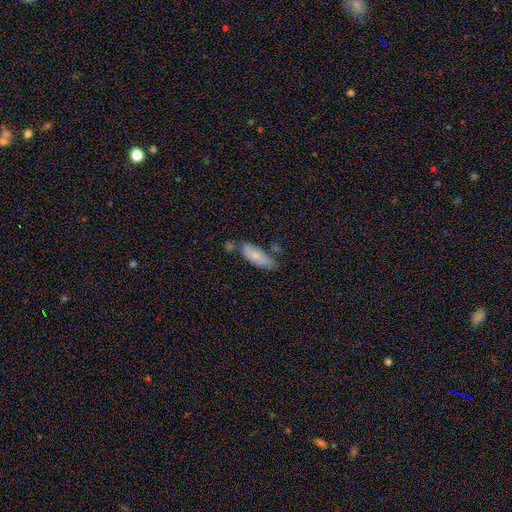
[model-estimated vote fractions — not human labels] smooth-or-featured: smooth: 77% | featured or disk: 16% | star or artifact: 7%
  how-rounded: in between: 60% | cigar-shaped: 38% | round: 2%
  merging: none: 58% | minor disturbance: 24% | merger: 13% | major disturbance: 6%